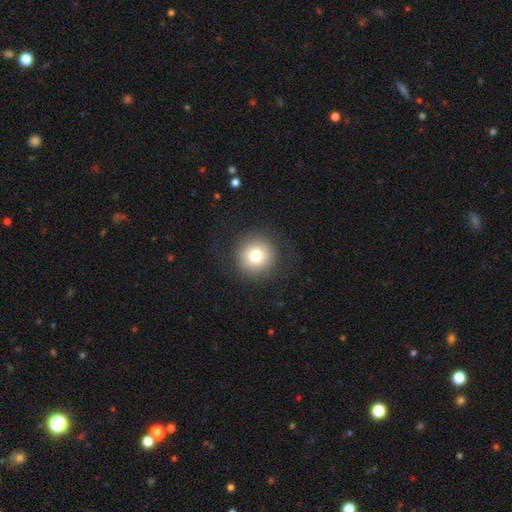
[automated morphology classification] smooth 78%, star or artifact 11%, featured or disk 11%. Down the decision tree: how rounded — round (95%); merging — none (88%).